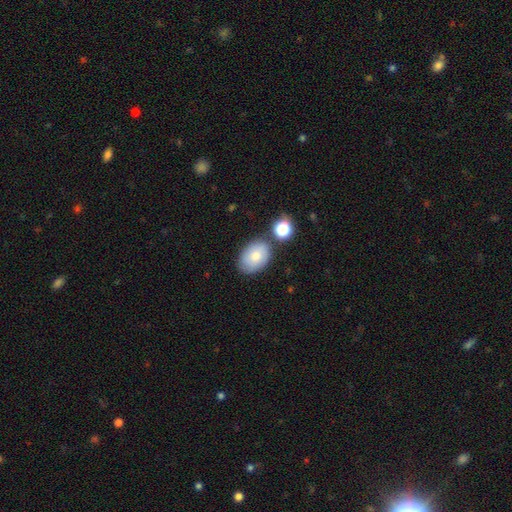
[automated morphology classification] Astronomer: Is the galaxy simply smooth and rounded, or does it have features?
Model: smooth — 75%.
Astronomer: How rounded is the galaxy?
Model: in between — 81%.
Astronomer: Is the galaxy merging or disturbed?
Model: none — 70%.